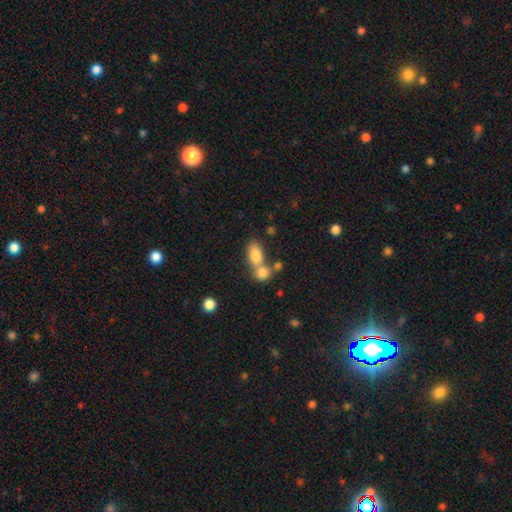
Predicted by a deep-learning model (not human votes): Smooth or featured? smooth (80%)
How rounded? in between (82%)
Merging? merger (52%)